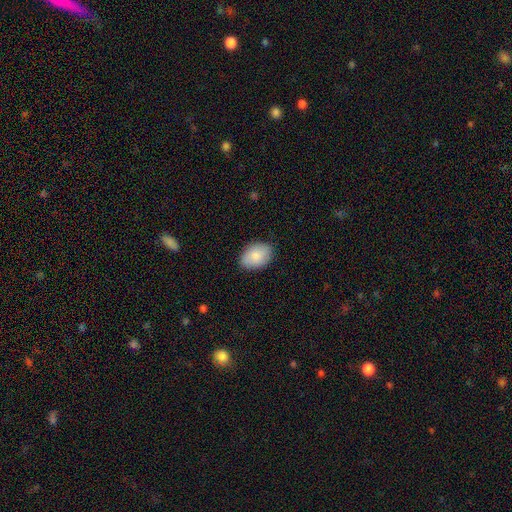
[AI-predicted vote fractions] smooth 84%, featured or disk 10%, star or artifact 6%. Down the decision tree: how rounded — in between (85%); merging — none (85%).